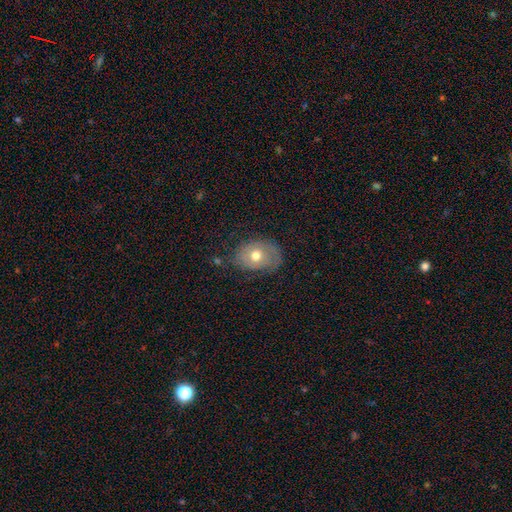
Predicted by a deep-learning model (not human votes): Smooth or featured?
  - smooth: 60% *
  - featured or disk: 31%
  - star or artifact: 10%
How rounded?
  - in between: 65% *
  - round: 34%
  - cigar-shaped: 1%
Merging?
  - none: 64% *
  - minor disturbance: 25%
  - major disturbance: 10%
  - merger: 2%